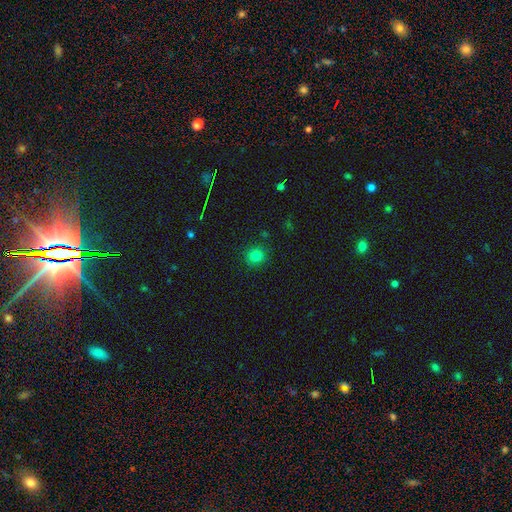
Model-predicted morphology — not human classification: Smooth or featured: smooth — 81% (star or artifact — 14%)
How rounded: round — 86% (in between — 13%)
Merging: none — 87% (minor disturbance — 8%)